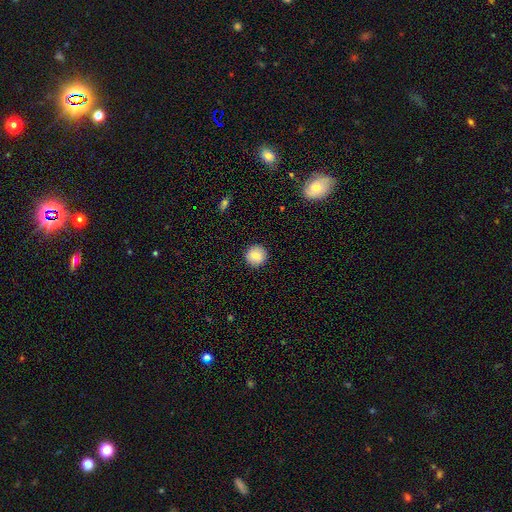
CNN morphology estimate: A smooth galaxy with no disk features (84%) that is round (95%). Merging: none (92%).